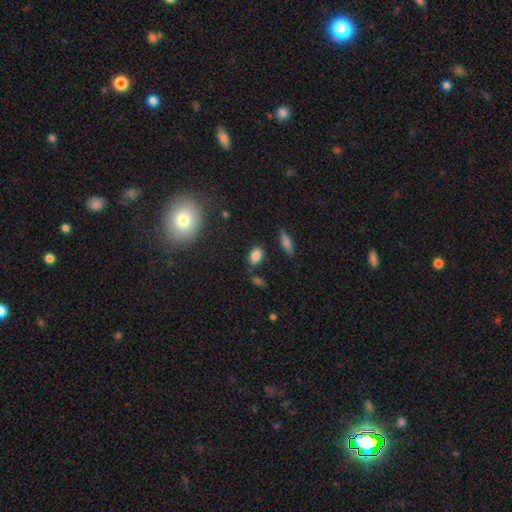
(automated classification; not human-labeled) Smooth or featured?
  - smooth: 83% *
  - star or artifact: 11%
  - featured or disk: 6%
How rounded?
  - in between: 87% *
  - round: 9%
  - cigar-shaped: 4%
Merging?
  - none: 76% *
  - minor disturbance: 14%
  - merger: 6%
  - major disturbance: 4%